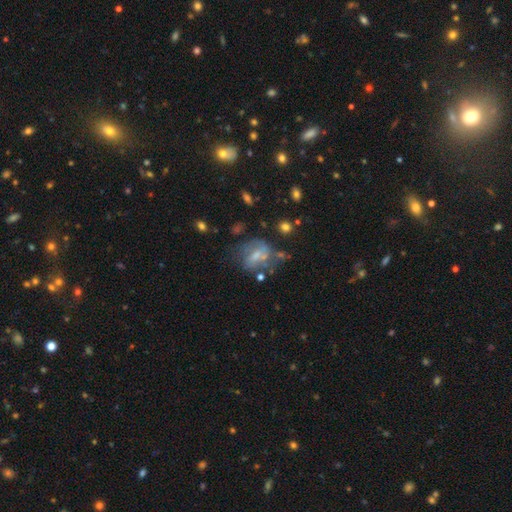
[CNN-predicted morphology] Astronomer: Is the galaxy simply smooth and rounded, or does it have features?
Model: featured or disk — 55%.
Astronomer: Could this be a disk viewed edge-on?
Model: no — 94%.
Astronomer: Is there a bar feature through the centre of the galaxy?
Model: weak — 46% (runner-up: no, 35%).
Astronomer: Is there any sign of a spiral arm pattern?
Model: yes — 65%.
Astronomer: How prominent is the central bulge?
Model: small — 46% (runner-up: moderate, 35%).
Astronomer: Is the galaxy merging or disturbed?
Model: none — 52%.